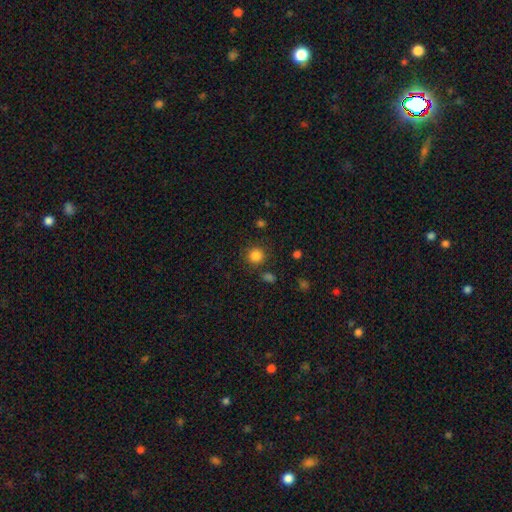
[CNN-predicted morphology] This is clearly a smooth galaxy (84%). How rounded: clearly round (91%). Merging: clearly none (84%).